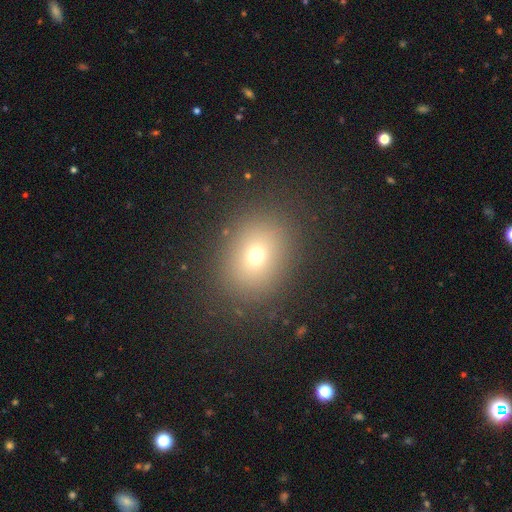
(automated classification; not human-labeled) Overall: smooth (69%). How rounded: round (55%; in between 44%). Merging: none (86%).